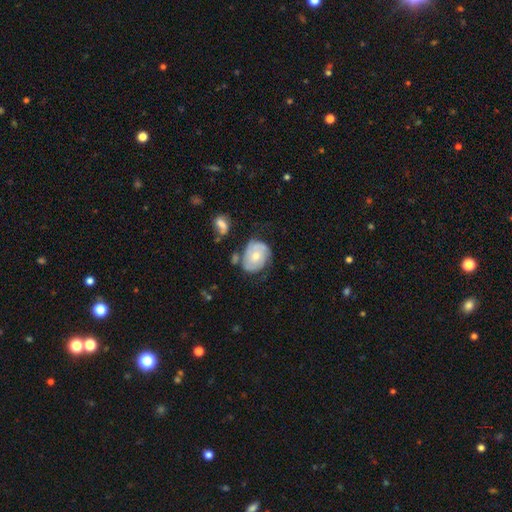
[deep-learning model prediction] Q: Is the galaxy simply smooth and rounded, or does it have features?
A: featured or disk — 64%.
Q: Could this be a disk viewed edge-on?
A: no — 97%.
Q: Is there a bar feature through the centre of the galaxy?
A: no — 80%.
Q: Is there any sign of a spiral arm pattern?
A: yes — 80%.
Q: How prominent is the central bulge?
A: moderate — 63%.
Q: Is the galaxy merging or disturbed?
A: none — 54%.